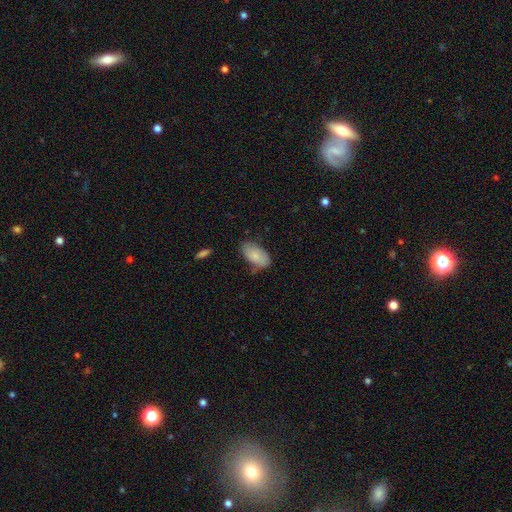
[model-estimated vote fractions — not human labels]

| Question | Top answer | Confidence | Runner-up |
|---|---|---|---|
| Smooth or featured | smooth | 80% | featured or disk (14%) |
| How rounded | in between | 95% | round (3%) |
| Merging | none | 69% | minor disturbance (24%) |